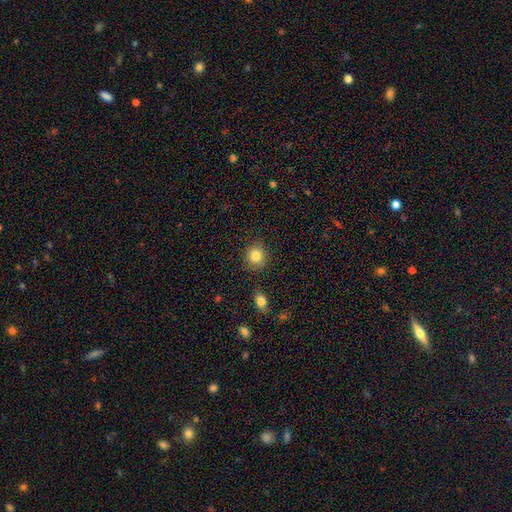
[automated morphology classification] A smooth galaxy with no disk features (84%) that is round (86%). Merging: none (88%).